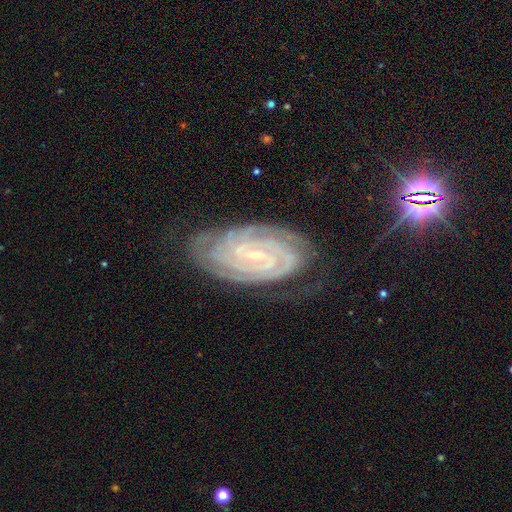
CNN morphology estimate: A featured or disk galaxy (90%) with no bar (45%), 2 (31%) tight (86%) spiral arms (99%) and a small central bulge (83%).

Vote fractions:
- Smooth or featured? featured or disk: 90% / star or artifact: 6% / smooth: 4%
- Edge-on disk? no: 96% / yes: 4%
- Bar? no: 45% / weak: 35% / strong: 20%
- Spiral arms? yes: 99% / no: 1%
- Spiral winding? tight: 86% / medium: 12% / loose: 2%
- Spiral arm count? 2: 31% / 3: 20% / can't tell: 17% / 4: 17% / more than 4: 8% / 1: 6%
- Bulge size? small: 83% / moderate: 14% / none: 2% / large: 1% / dominant: 1%
- Merging? none: 75% / minor disturbance: 18% / major disturbance: 6% / merger: 2%